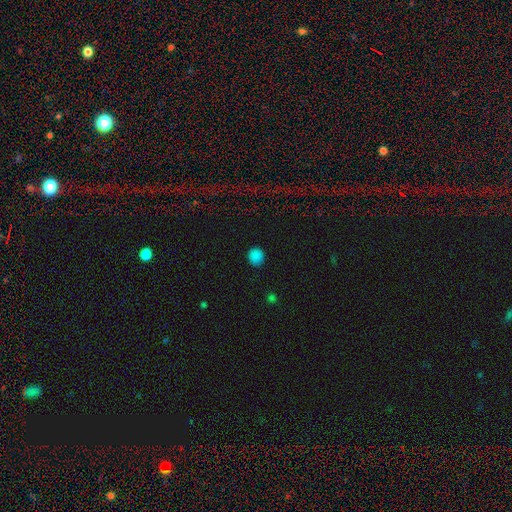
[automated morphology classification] This is clearly a smooth galaxy (84%). How rounded: clearly round (87%). Merging: clearly none (88%).